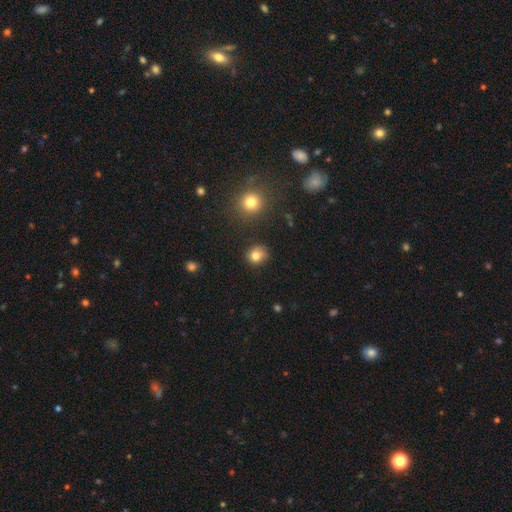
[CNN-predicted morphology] Q: Smooth or featured?
A: smooth (82%); runner-up: star or artifact (12%)
Q: How rounded?
A: round (82%); runner-up: in between (18%)
Q: Merging?
A: none (82%); runner-up: minor disturbance (12%)